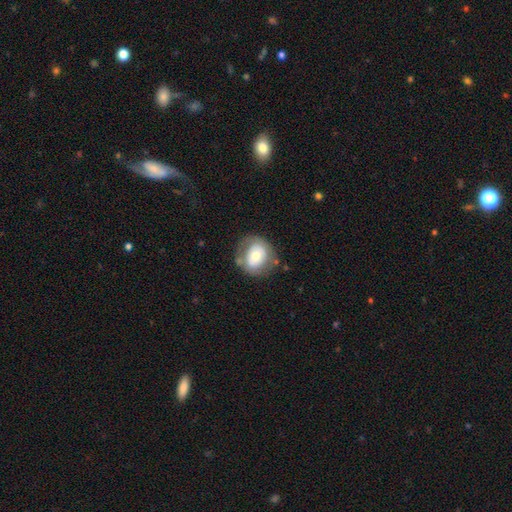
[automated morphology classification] The model was most divided on "smooth or featured": smooth: 59%, featured or disk: 34%, star or artifact: 7%. More confident: how rounded — round (66%); merging — none (65%).